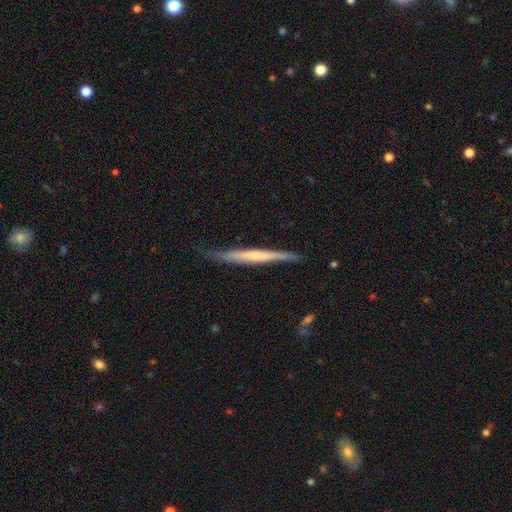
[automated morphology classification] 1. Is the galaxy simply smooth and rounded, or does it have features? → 54% featured or disk, 41% smooth, 5% star or artifact.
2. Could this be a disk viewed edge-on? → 96% yes, 4% no.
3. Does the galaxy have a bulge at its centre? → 68% none, 24% rounded, 9% boxy.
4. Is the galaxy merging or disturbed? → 80% none, 16% minor disturbance, 2% major disturbance, 1% merger.